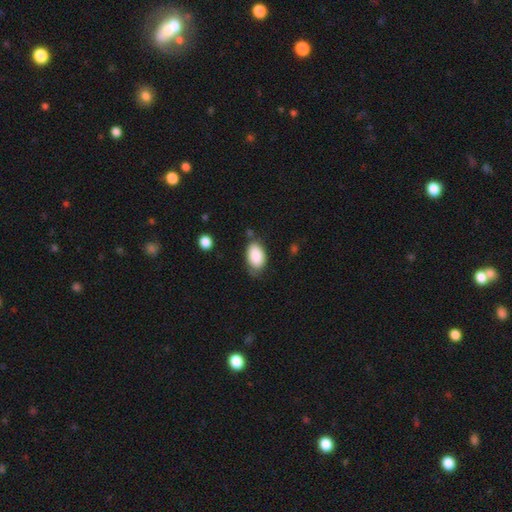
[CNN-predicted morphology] smooth 88%, star or artifact 7%, featured or disk 5%. Down the decision tree: how rounded — in between (93%); merging — none (67%).